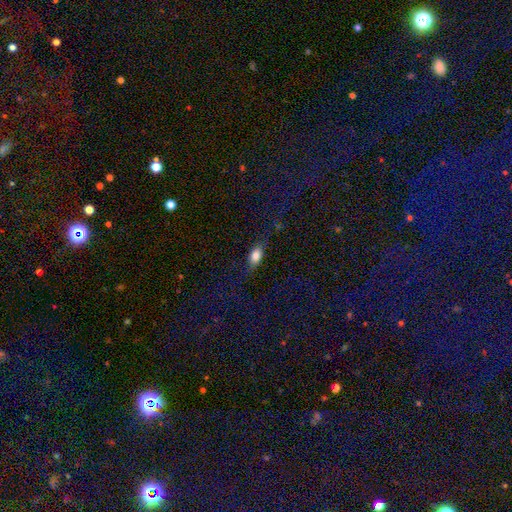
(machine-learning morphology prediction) type=smooth (80%); roundness=in between (85%); merging=none (77%).